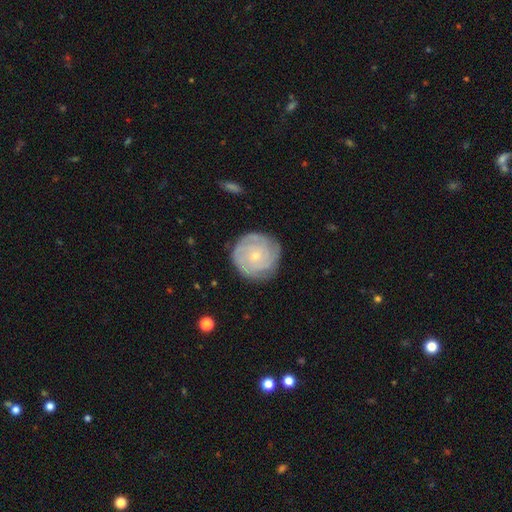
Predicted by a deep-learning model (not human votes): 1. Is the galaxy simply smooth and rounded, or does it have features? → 73% featured or disk, 20% smooth, 6% star or artifact.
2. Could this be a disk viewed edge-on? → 98% no, 2% yes.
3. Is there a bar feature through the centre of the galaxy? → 80% no, 17% weak, 3% strong.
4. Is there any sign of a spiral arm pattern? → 92% yes, 8% no.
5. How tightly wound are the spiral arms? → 78% tight, 17% medium, 4% loose.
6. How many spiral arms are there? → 35% can't tell, 22% 3, 16% 4, 13% 2, 7% more than 4, 6% 1.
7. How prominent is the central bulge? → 73% small, 24% moderate, 2% none, 1% large, 1% dominant.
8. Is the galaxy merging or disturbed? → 82% none, 13% minor disturbance, 4% major disturbance, 1% merger.